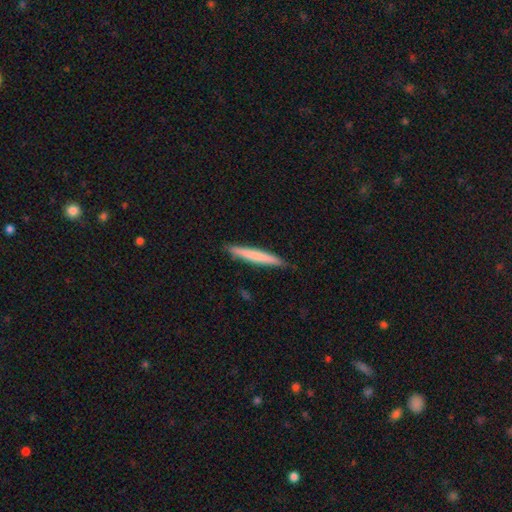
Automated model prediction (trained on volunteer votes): A smooth galaxy with no disk features (69%) that is cigar-shaped (96%).

Vote fractions:
- Smooth or featured? smooth: 69% / featured or disk: 26% / star or artifact: 5%
- How rounded? cigar-shaped: 96% / in between: 3% / round: 1%
- Merging? none: 90% / minor disturbance: 7% / major disturbance: 1% / merger: 1%